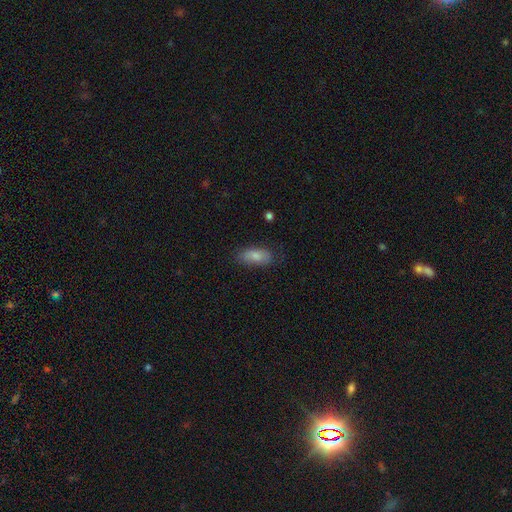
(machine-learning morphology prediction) Smooth or featured: smooth — 84% (featured or disk — 10%)
How rounded: in between — 87% (cigar-shaped — 11%)
Merging: none — 76% (minor disturbance — 18%)